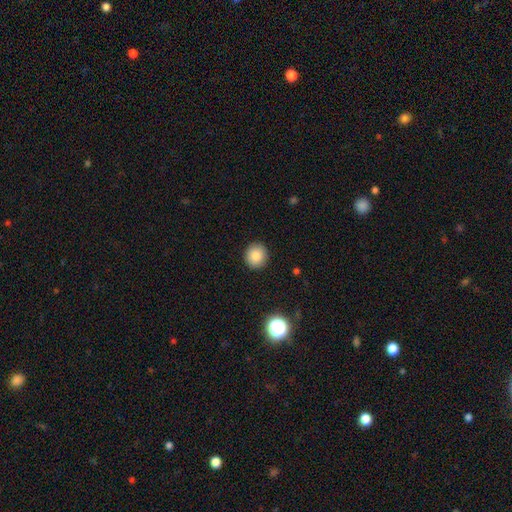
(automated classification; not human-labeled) smooth-or-featured: smooth: 86% | star or artifact: 10% | featured or disk: 4%
  how-rounded: round: 88% | in between: 11% | cigar-shaped: 1%
  merging: none: 91% | minor disturbance: 6% | major disturbance: 2% | merger: 1%